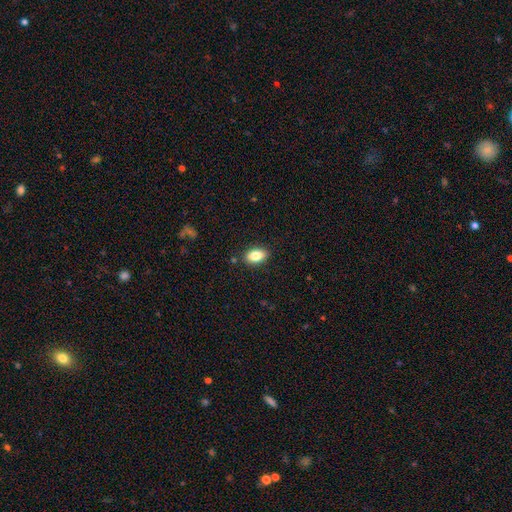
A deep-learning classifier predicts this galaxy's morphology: The model was most divided on "smooth or featured": smooth: 84%, featured or disk: 9%, star or artifact: 8%. More confident: how rounded — in between (89%); merging — none (87%).